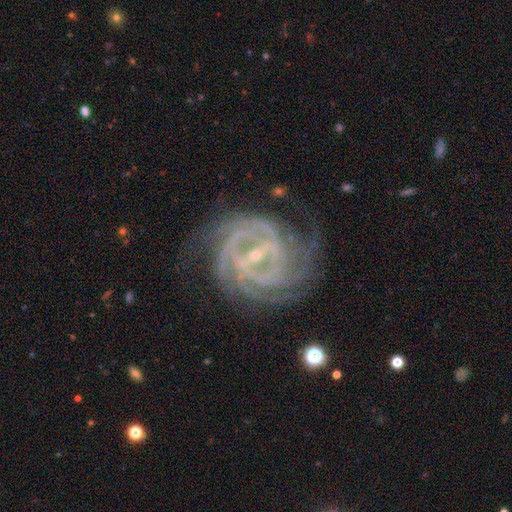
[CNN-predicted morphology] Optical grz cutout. It shows a featured or disk galaxy (92%) with a strong bar (50%), 4 (28%) tight (71%) spiral arms (98%) and a small central bulge (79%). Merging: none (70%).